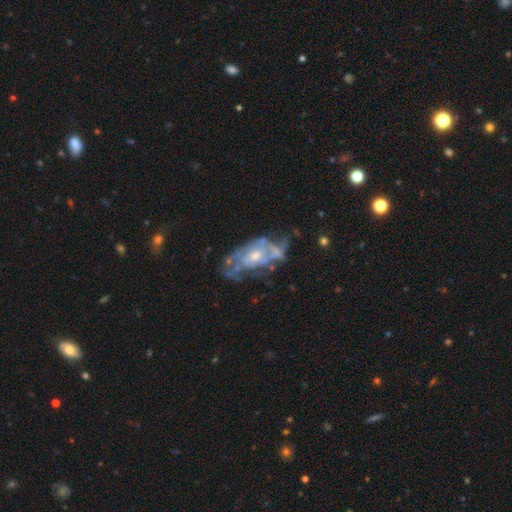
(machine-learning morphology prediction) A featured or disk galaxy (81%) with no bar (72%), tight (51%) spiral arms (78%) and a moderate central bulge (52%).

Vote fractions:
- Smooth or featured? featured or disk: 81% / smooth: 12% / star or artifact: 7%
- Edge-on disk? no: 94% / yes: 6%
- Bar? no: 72% / weak: 23% / strong: 5%
- Spiral arms? yes: 78% / no: 22%
- Spiral winding? tight: 51% / medium: 35% / loose: 14%
- Spiral arm count? can't tell: 46% / 2: 31% / 3: 11% / 1: 5% / 4: 5% / more than 4: 3%
- Bulge size? moderate: 52% / small: 41% / large: 4% / none: 3% / dominant: 1%
- Merging? none: 48% / minor disturbance: 25% / major disturbance: 22% / merger: 5%